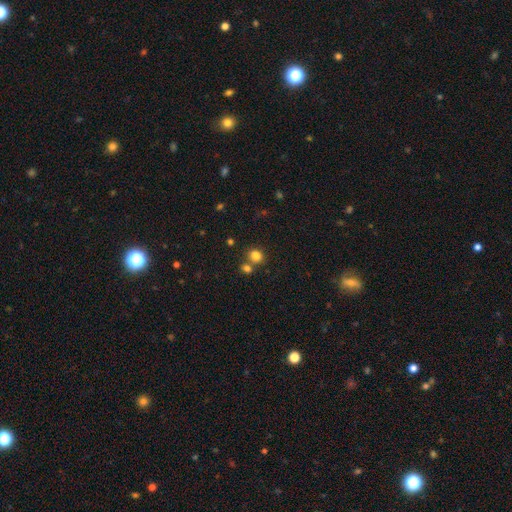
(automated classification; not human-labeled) Q: Smooth or featured?
A: smooth (82%); runner-up: star or artifact (13%)
Q: How rounded?
A: round (62%); runner-up: in between (37%)
Q: Merging?
A: none (62%); runner-up: merger (25%)